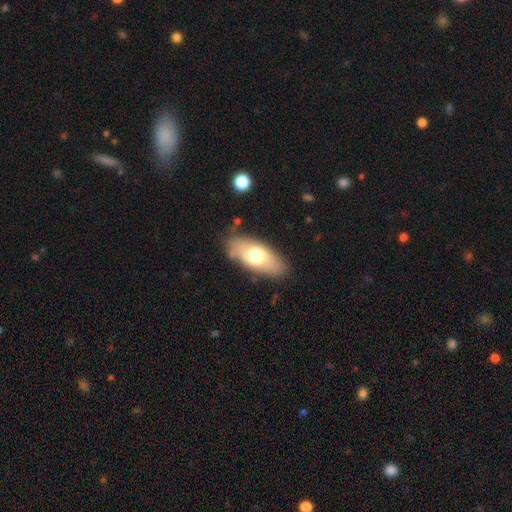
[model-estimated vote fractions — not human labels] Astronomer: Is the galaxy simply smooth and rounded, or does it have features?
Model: smooth — 64%.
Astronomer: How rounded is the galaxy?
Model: in between — 85%.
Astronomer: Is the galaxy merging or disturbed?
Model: none — 81%.